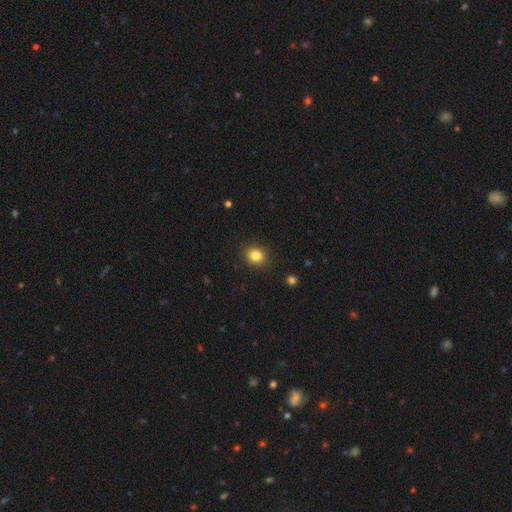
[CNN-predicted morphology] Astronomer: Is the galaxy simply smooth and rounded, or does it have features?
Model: smooth — 83%.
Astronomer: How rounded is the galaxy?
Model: round — 72%.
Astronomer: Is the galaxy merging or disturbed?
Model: none — 90%.